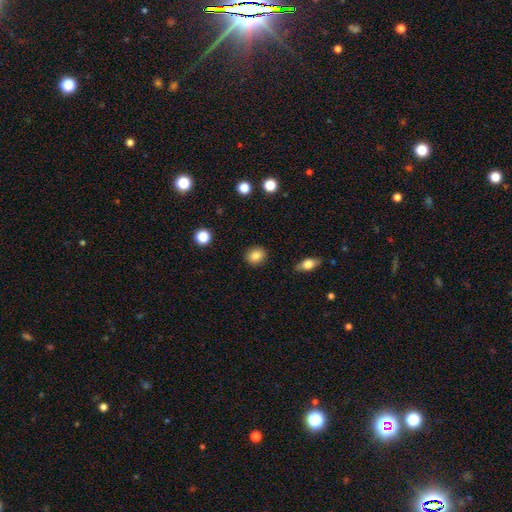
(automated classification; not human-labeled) This appears to be a smooth galaxy with no disk features (85%) that is round (71%). Merging: none (90%).